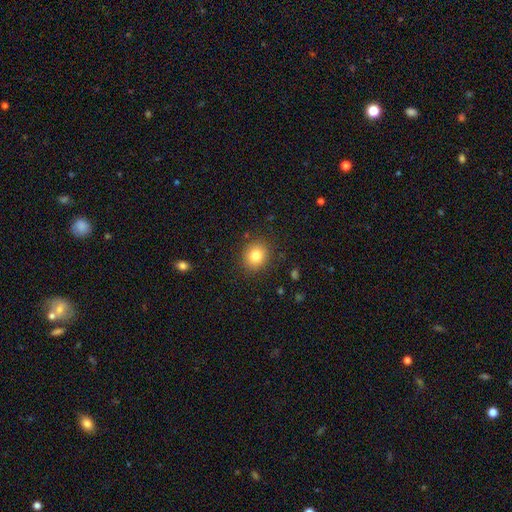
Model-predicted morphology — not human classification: This appears to be a smooth galaxy with no disk features (82%) that is round (78%). Merging: none (88%).